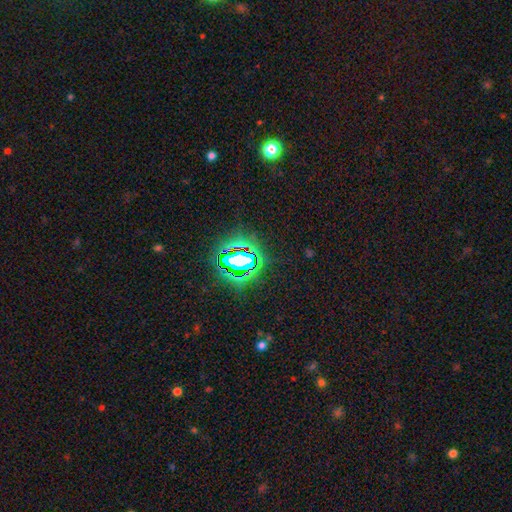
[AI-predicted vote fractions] The model was most divided on "smooth or featured": star or artifact: 81%, smooth: 13%, featured or disk: 7%.